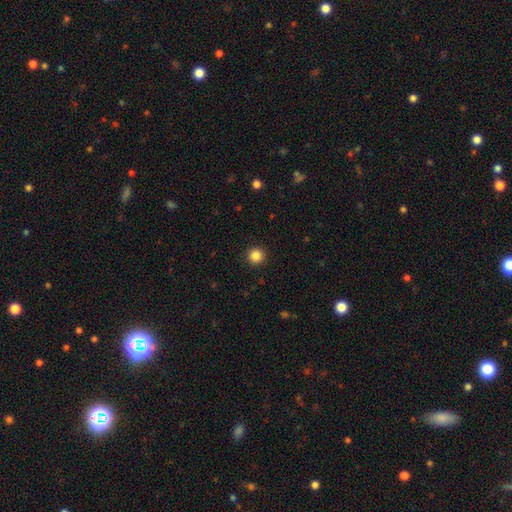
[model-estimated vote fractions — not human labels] A smooth galaxy with no disk features (85%) that is round (95%). Merging: none (93%).